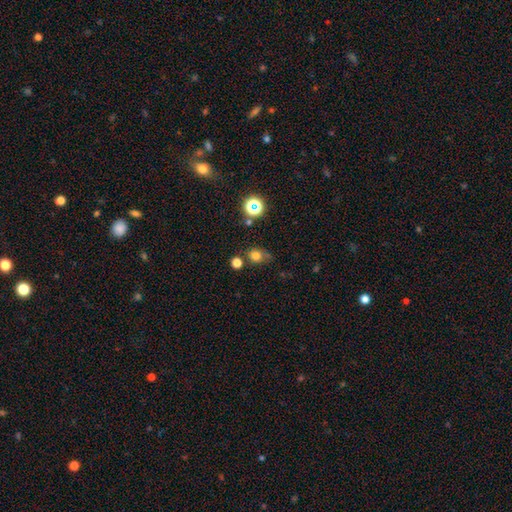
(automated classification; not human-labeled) smooth-or-featured: smooth: 73% | star or artifact: 19% | featured or disk: 8%
  how-rounded: round: 75% | in between: 24% | cigar-shaped: 1%
  merging: none: 65% | minor disturbance: 18% | merger: 11% | major disturbance: 6%